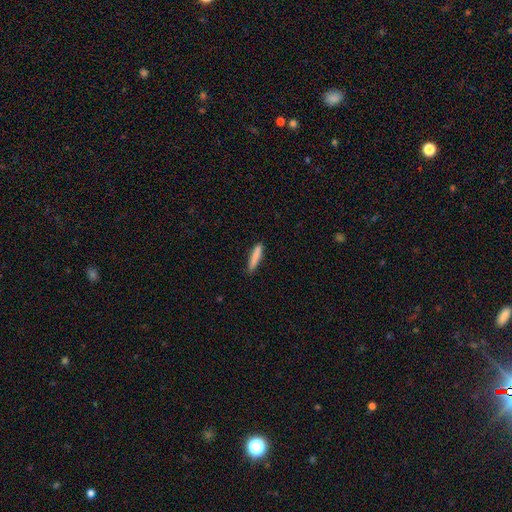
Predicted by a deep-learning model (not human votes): Smooth or featured? Predicted: smooth (p=0.84). How rounded? Predicted: cigar-shaped (p=0.89). Merging? Predicted: none (p=0.85).